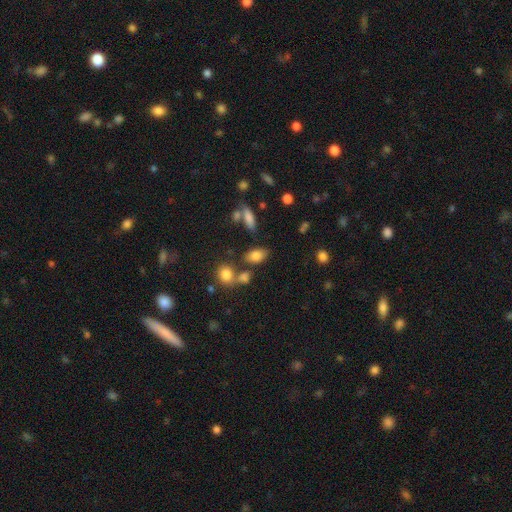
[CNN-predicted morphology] This appears to be a smooth galaxy with no disk features (80%) that is in between round and cigar-shaped (85%). Merging: none (66%).